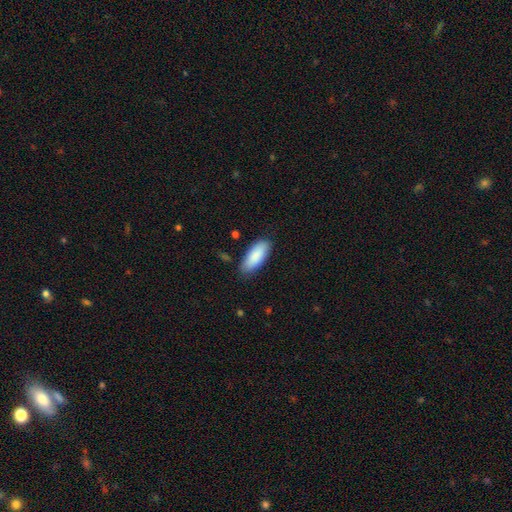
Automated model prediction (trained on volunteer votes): Smooth or featured?
  - smooth: 88% *
  - featured or disk: 7%
  - star or artifact: 5%
How rounded?
  - in between: 80% *
  - cigar-shaped: 18%
  - round: 2%
Merging?
  - none: 82% *
  - minor disturbance: 14%
  - major disturbance: 2%
  - merger: 1%